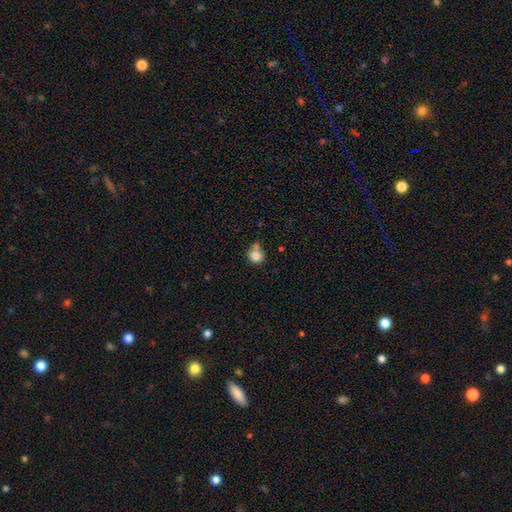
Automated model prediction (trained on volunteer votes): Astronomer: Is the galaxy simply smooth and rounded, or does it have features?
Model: smooth — 81%.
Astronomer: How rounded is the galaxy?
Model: round — 84%.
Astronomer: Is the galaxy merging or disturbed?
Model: none — 50% (runner-up: merger, 30%).